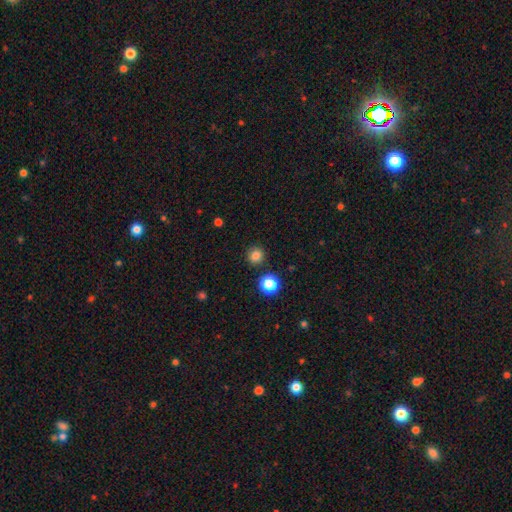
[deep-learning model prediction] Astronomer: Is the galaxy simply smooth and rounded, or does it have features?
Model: smooth — 82%.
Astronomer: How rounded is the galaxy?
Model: round — 92%.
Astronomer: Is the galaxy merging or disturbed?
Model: none — 89%.